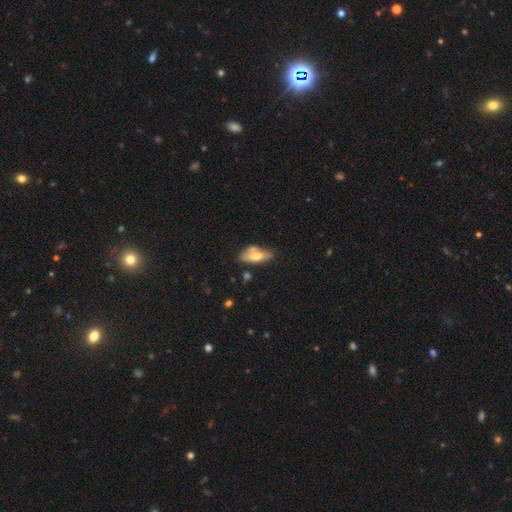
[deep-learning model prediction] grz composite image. It shows a smooth galaxy with no disk features (61%) that is in between round and cigar-shaped (79%). Merging: none (47%).